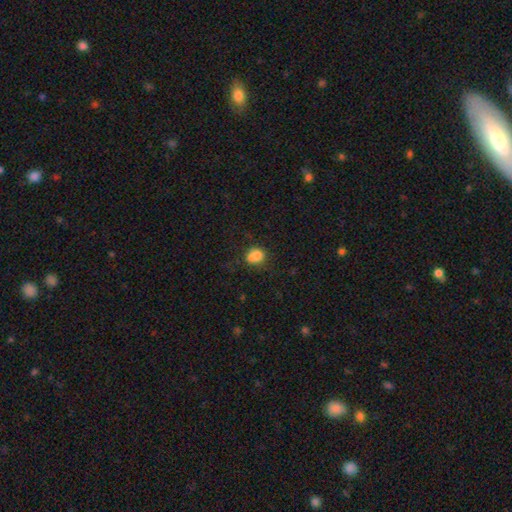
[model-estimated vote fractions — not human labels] Smooth or featured: smooth — 76% (featured or disk — 12%)
How rounded: round — 65% (in between — 34%)
Merging: none — 45% (merger — 29%)